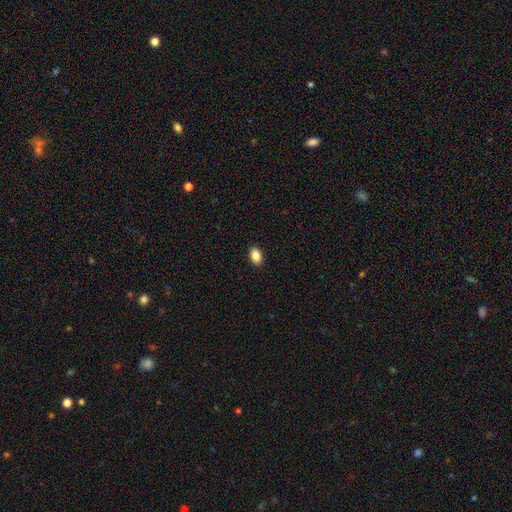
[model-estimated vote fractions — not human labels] A smooth galaxy with no disk features (86%) that is in between round and cigar-shaped (86%). Merging: none (90%).